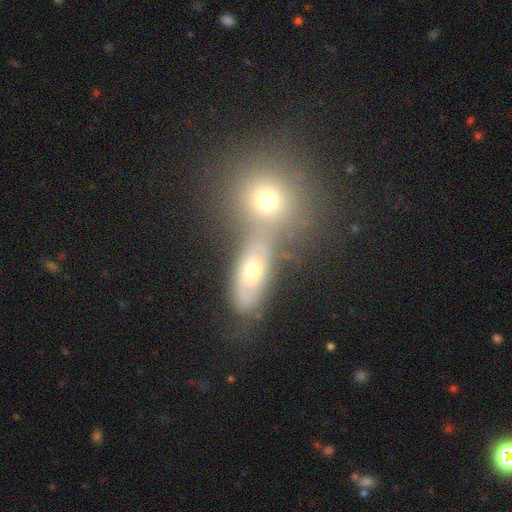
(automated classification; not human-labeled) A smooth galaxy with no disk features (48%). Merging: merger (59%).